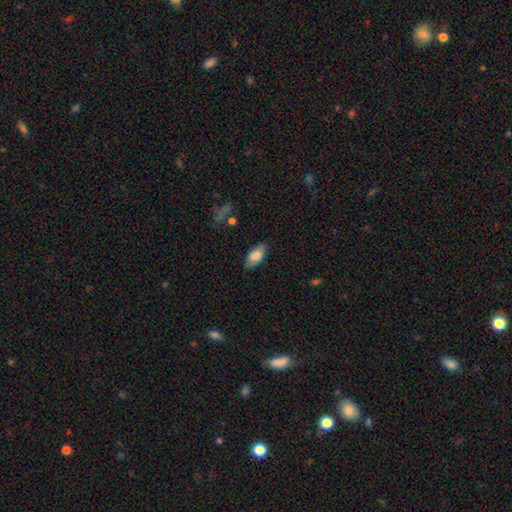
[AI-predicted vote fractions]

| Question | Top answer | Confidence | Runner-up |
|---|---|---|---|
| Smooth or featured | smooth | 82% | featured or disk (11%) |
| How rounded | in between | 90% | cigar-shaped (7%) |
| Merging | none | 77% | minor disturbance (17%) |